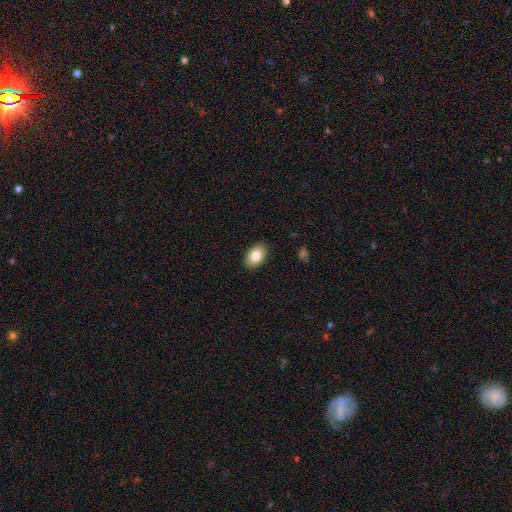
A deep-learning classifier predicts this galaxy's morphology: This is clearly a smooth galaxy (81%). How rounded: clearly in between (86%). Merging: clearly none (89%).